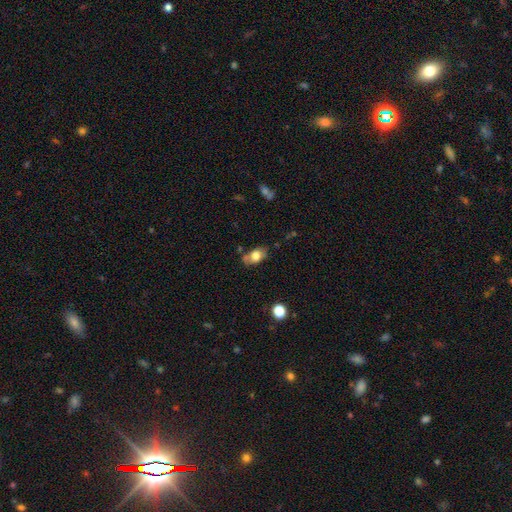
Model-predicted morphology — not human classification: type=smooth (73%); roundness=in between (83%); merging=none (59%).